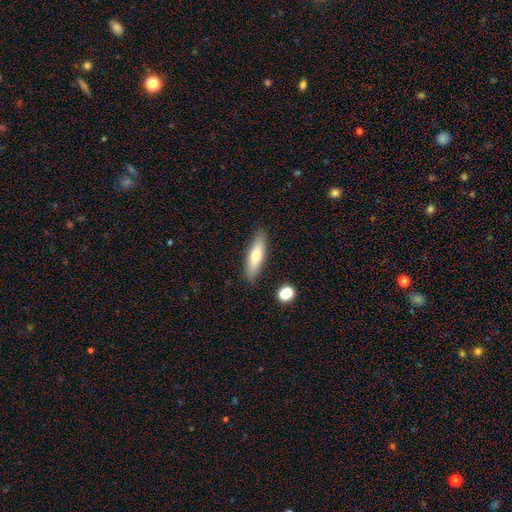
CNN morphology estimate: Q: Smooth or featured?
A: smooth (64%); runner-up: featured or disk (29%)
Q: How rounded?
A: cigar-shaped (64%); runner-up: in between (34%)
Q: Merging?
A: none (86%); runner-up: minor disturbance (9%)